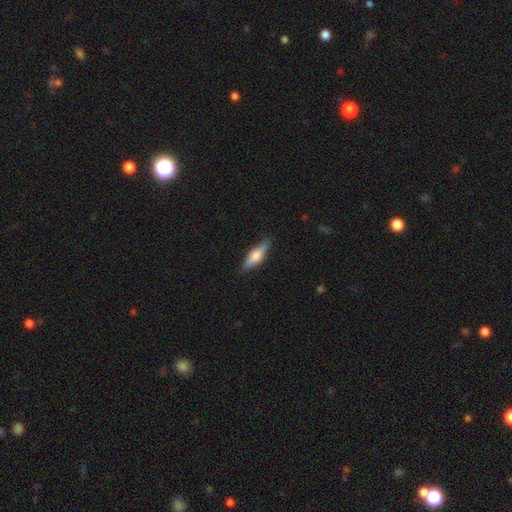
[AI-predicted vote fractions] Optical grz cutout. It shows a smooth galaxy with no disk features (60%) that is cigar-shaped (54%). Merging: none (83%).